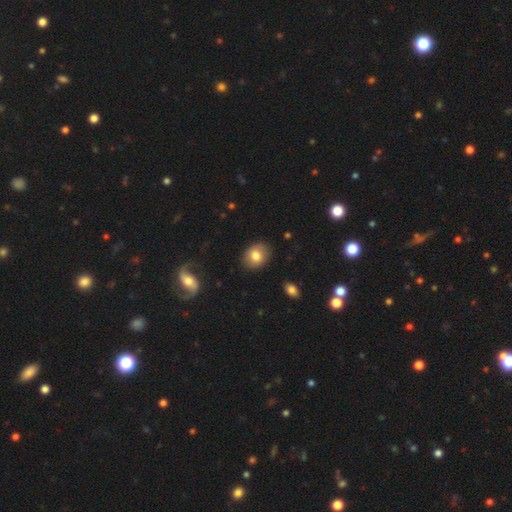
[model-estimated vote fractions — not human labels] The model was most divided on "how rounded": in between: 55%, round: 44%, cigar-shaped: 1%. More confident: merging — none (85%); smooth or featured — smooth (77%).